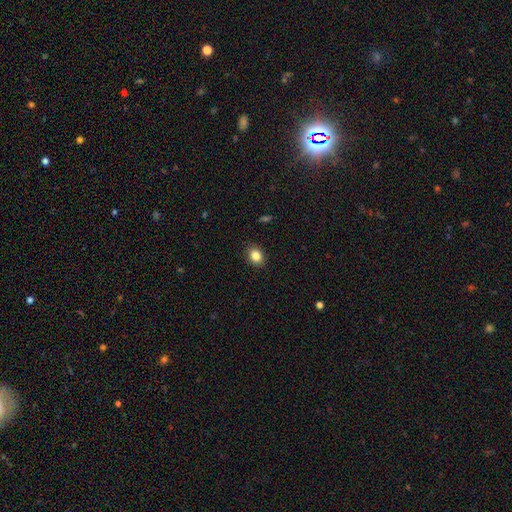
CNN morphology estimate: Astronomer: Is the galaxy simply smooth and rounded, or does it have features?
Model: smooth — 85%.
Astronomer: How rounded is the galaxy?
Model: in between — 51% (runner-up: round, 48%).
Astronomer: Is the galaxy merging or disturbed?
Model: none — 89%.